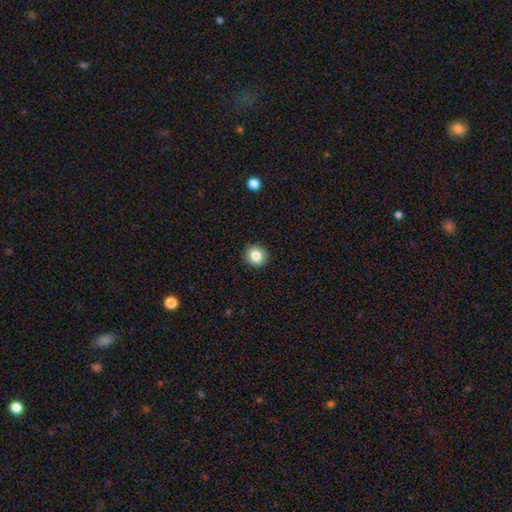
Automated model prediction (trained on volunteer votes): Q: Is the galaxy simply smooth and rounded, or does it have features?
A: smooth — 84%.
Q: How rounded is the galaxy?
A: round — 89%.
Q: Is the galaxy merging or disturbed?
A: none — 91%.